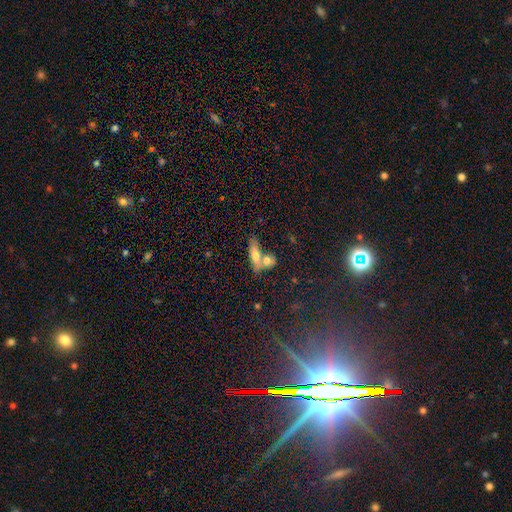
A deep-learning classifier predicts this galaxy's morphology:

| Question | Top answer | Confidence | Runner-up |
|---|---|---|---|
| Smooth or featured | smooth | 64% | featured or disk (27%) |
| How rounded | in between | 60% | cigar-shaped (33%) |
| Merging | merger | 50% | none (36%) |